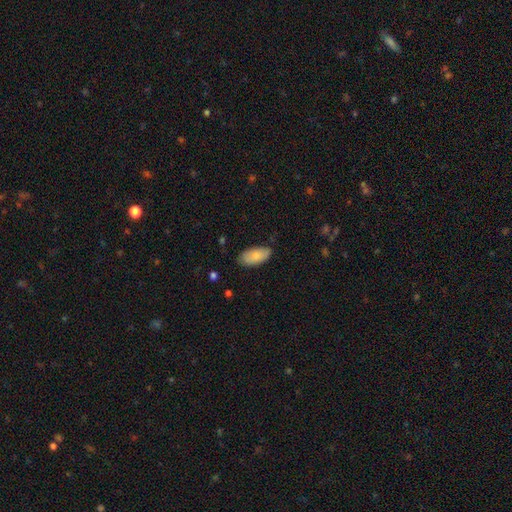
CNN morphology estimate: A smooth galaxy with no disk features (83%) that is in between round and cigar-shaped (94%).

Vote fractions:
- Smooth or featured? smooth: 83% / featured or disk: 11% / star or artifact: 6%
- How rounded? in between: 94% / cigar-shaped: 4% / round: 2%
- Merging? none: 80% / minor disturbance: 16% / major disturbance: 3% / merger: 1%